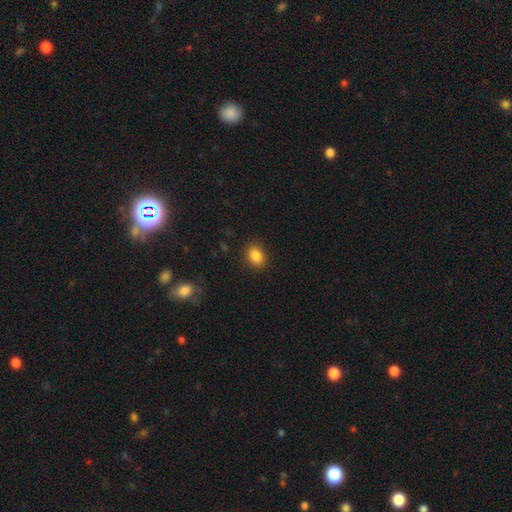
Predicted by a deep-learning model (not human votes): Overall: smooth (86%). How rounded: in between (68%; round 31%). Merging: none (87%).